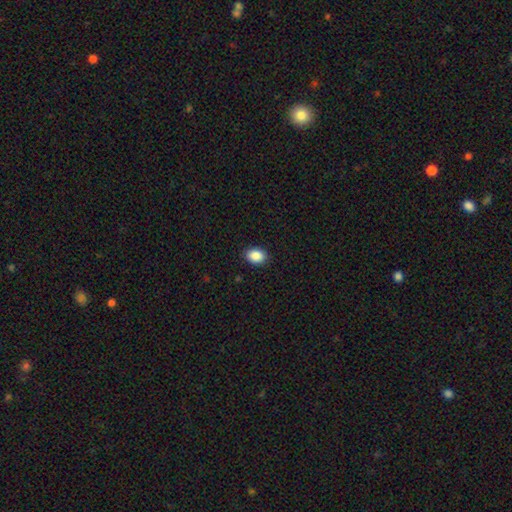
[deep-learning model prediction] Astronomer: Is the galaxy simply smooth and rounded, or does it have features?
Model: smooth — 89%.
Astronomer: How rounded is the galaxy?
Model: in between — 74%.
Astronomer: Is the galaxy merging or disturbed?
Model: none — 90%.